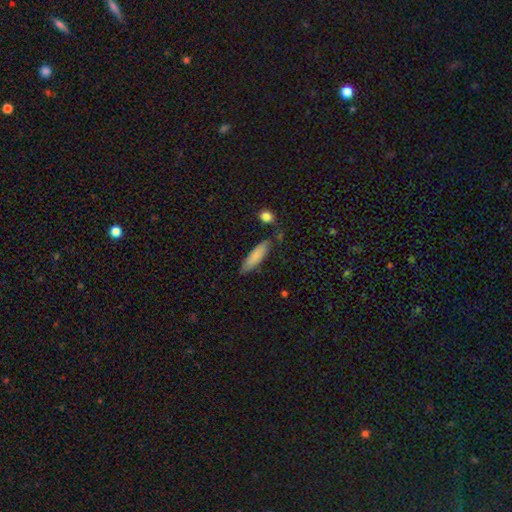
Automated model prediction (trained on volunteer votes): smooth_or_featured: smooth (p=0.84) [alt: featured or disk p=0.11]
how_rounded: cigar-shaped (p=0.67) [alt: in between p=0.32]
merging: none (p=0.78) [alt: minor disturbance p=0.14]